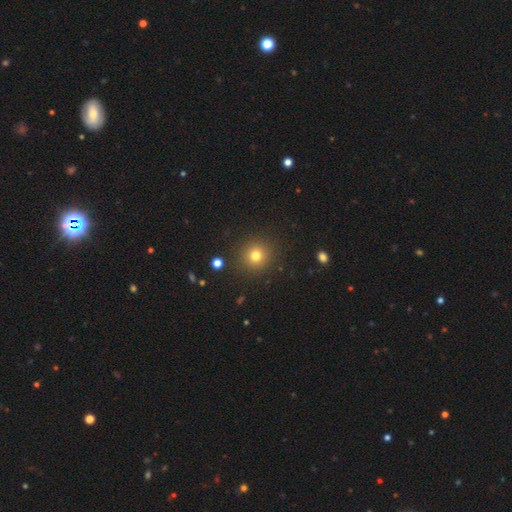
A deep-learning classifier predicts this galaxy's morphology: This appears to be a smooth galaxy with no disk features (78%) that is round (93%). Merging: none (90%).